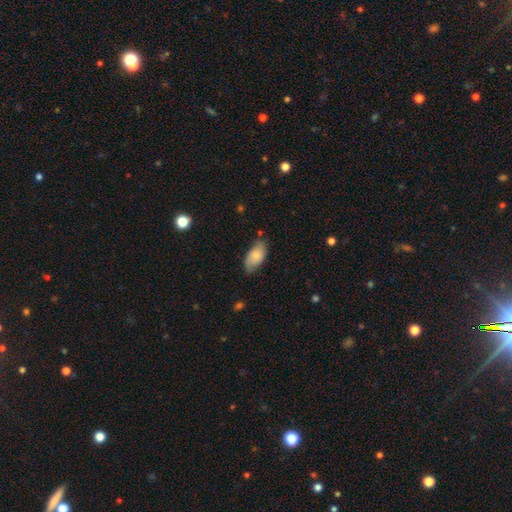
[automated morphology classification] Smooth or featured?
  - smooth: 70% *
  - featured or disk: 23%
  - star or artifact: 6%
How rounded?
  - in between: 94% *
  - cigar-shaped: 4%
  - round: 3%
Merging?
  - none: 69% *
  - minor disturbance: 25%
  - major disturbance: 4%
  - merger: 2%